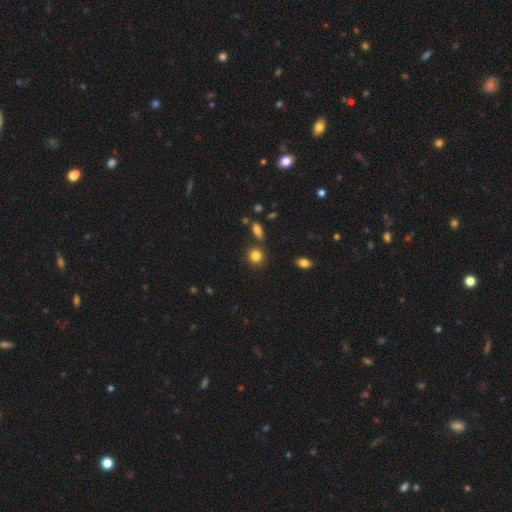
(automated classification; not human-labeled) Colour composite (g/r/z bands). It shows a smooth galaxy with no disk features (84%) that is round (82%). Merging: none (80%).